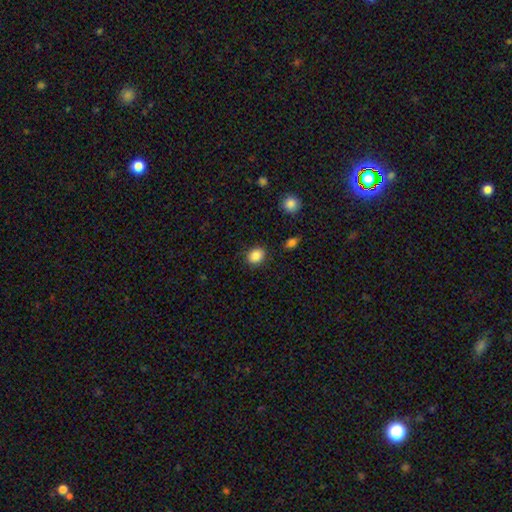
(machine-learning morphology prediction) Smooth or featured? Predicted: smooth (p=0.86). How rounded? Predicted: round (p=0.56). Merging? Predicted: none (p=0.85).